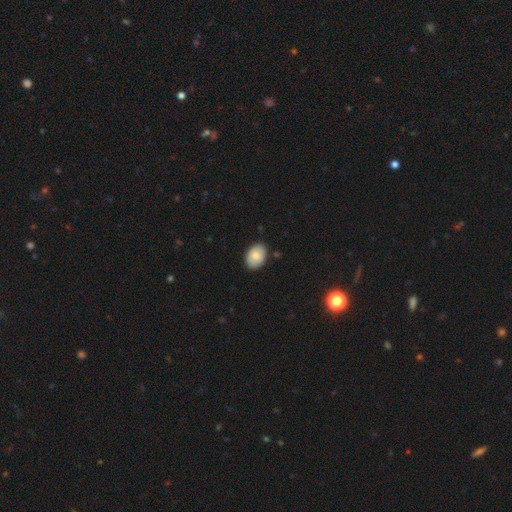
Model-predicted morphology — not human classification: A smooth galaxy with no disk features (82%) that is in between round and cigar-shaped (83%). Merging: none (86%).